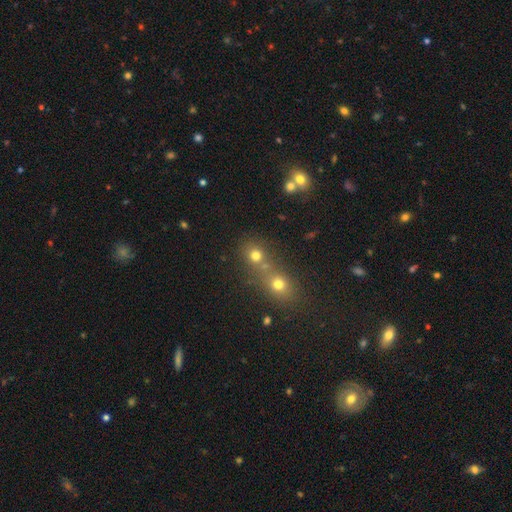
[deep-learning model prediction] A smooth galaxy with no disk features (71%) that is round (82%). Merging: none (47%).